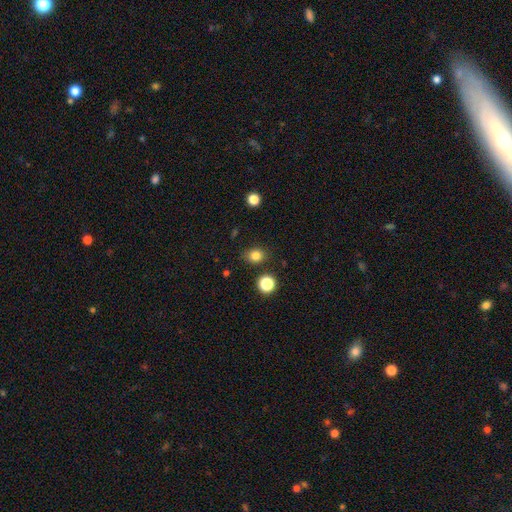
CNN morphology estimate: Smooth or featured?
  - smooth: 82% *
  - star or artifact: 13%
  - featured or disk: 5%
How rounded?
  - round: 61% *
  - in between: 38%
  - cigar-shaped: 1%
Merging?
  - none: 85% *
  - minor disturbance: 10%
  - merger: 3%
  - major disturbance: 3%